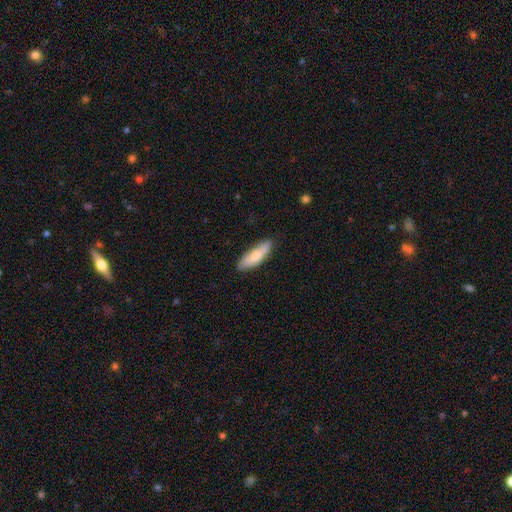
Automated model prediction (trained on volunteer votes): Smooth or featured? Predicted: smooth (p=0.76). How rounded? Predicted: in between (p=0.50). Merging? Predicted: none (p=0.82).